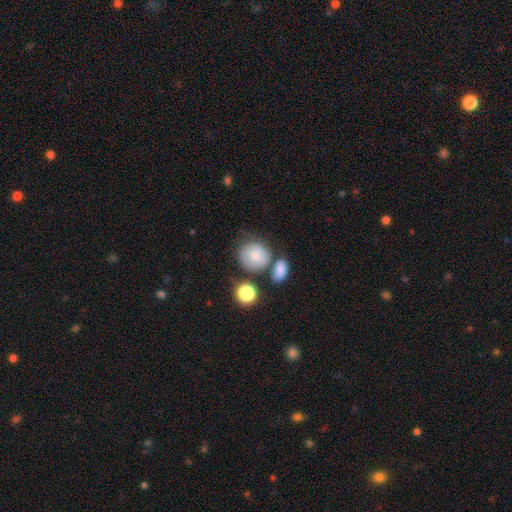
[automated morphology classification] smooth_or_featured: smooth (p=0.74) [alt: featured or disk p=0.17]
how_rounded: round (p=0.84) [alt: in between p=0.15]
merging: none (p=0.60) [alt: minor disturbance p=0.17]